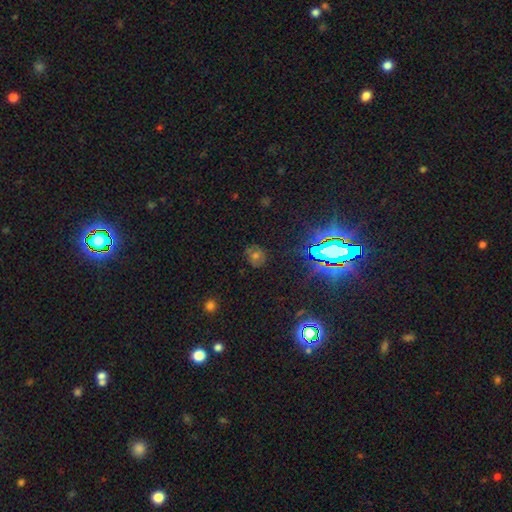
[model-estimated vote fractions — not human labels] Smooth or featured?
  - star or artifact: 46% *
  - smooth: 39%
  - featured or disk: 14%